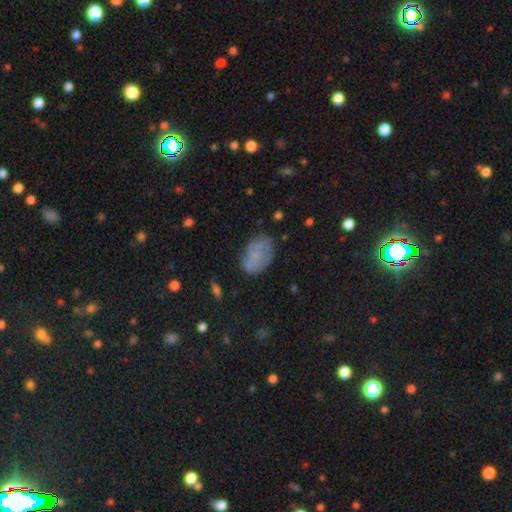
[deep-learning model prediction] Q: Smooth or featured?
A: smooth (52%); runner-up: featured or disk (35%)
Q: How rounded?
A: in between (85%); runner-up: round (14%)
Q: Merging?
A: none (62%); runner-up: minor disturbance (23%)